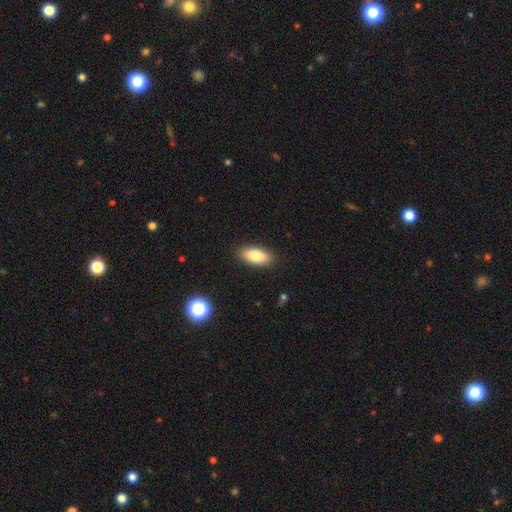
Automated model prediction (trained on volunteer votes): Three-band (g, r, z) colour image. It shows a smooth galaxy with no disk features (83%) that is in between round and cigar-shaped (87%). Merging: none (88%).